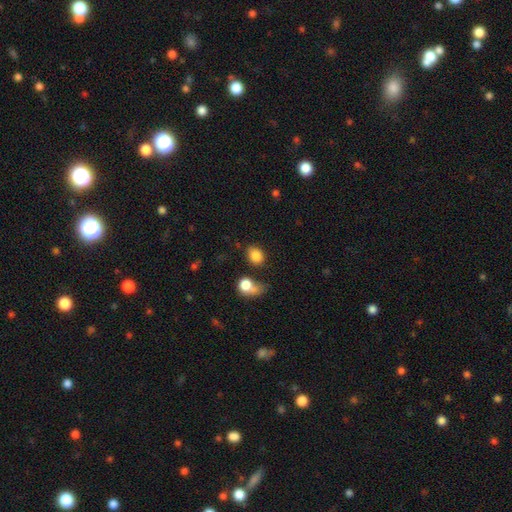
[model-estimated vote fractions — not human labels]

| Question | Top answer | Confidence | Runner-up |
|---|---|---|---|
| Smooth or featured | smooth | 84% | star or artifact (10%) |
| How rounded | in between | 54% | round (45%) |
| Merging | none | 62% | minor disturbance (16%) |